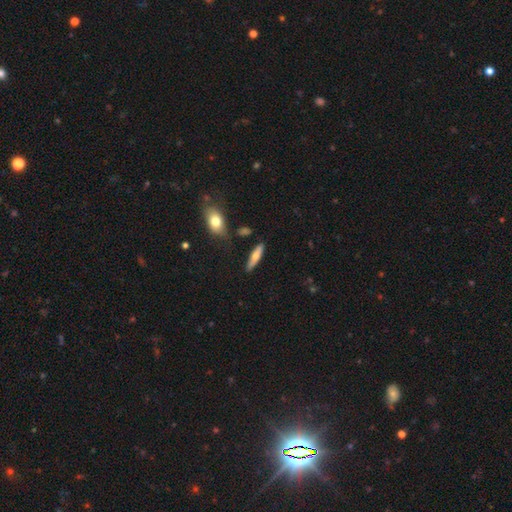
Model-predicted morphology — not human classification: This is possibly a smooth galaxy (57%). How rounded: likely cigar-shaped (74%). Merging: clearly none (83%).